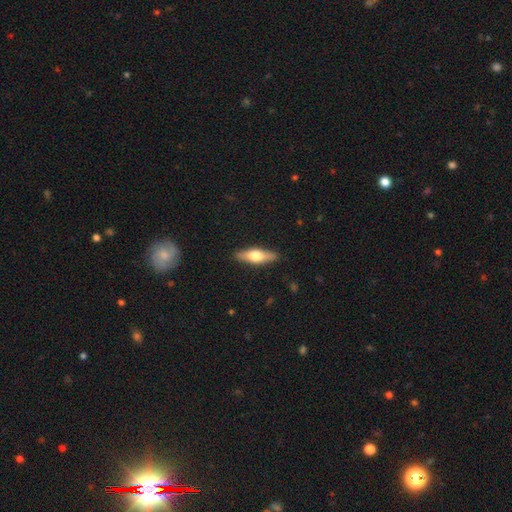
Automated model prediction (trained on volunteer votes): A smooth galaxy with no disk features (52%) that is cigar-shaped (52%).

Vote fractions:
- Smooth or featured? smooth: 52% / featured or disk: 42% / star or artifact: 5%
- How rounded? cigar-shaped: 52% / in between: 45% / round: 3%
- Merging? none: 89% / minor disturbance: 8% / major disturbance: 2% / merger: 1%